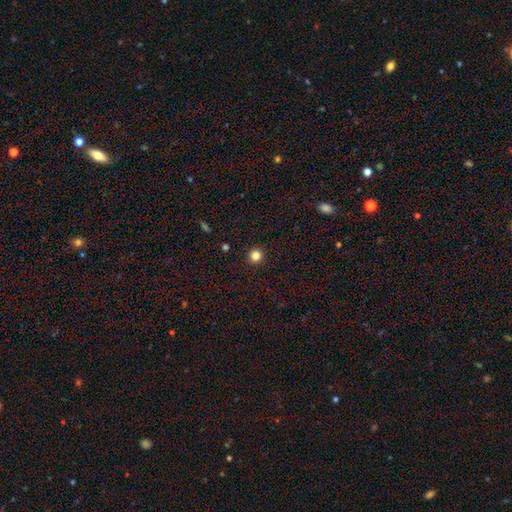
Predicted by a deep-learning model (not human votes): Smooth or featured? smooth (83%)
How rounded? round (95%)
Merging? none (93%)